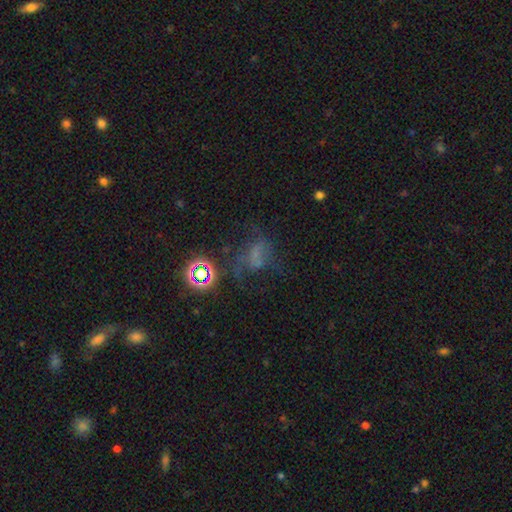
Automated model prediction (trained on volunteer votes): This is marginally a star or artifact rather than a galaxy (40%).